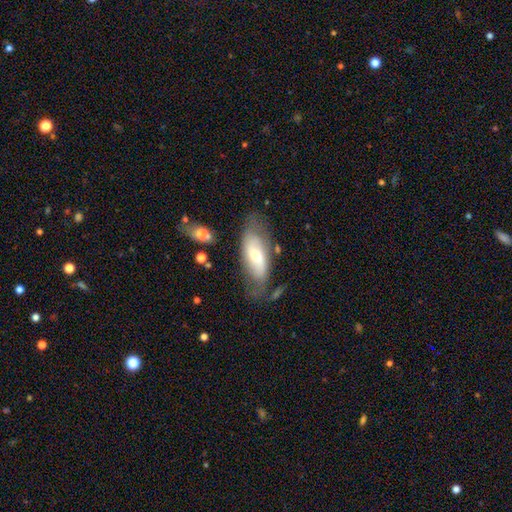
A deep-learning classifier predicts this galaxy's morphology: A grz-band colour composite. It shows a smooth galaxy with no disk features (47%). Merging: none (60%).